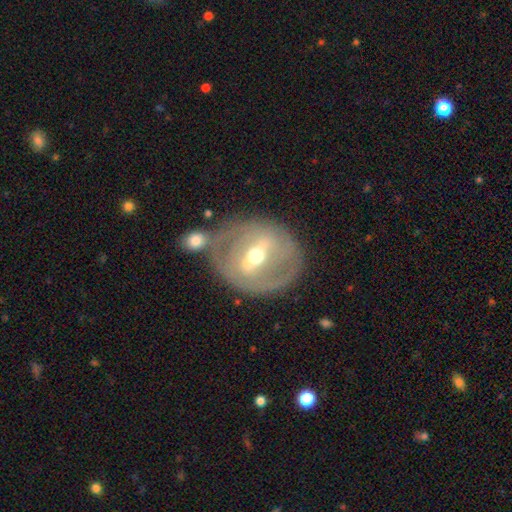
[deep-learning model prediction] featured or disk 75%, smooth 20%, star or artifact 6%. Down the decision tree: edge-on disk — no (91%); bar — strong (55%); spiral arms — no (53%); bulge size — moderate (69%); merging — none (62%).